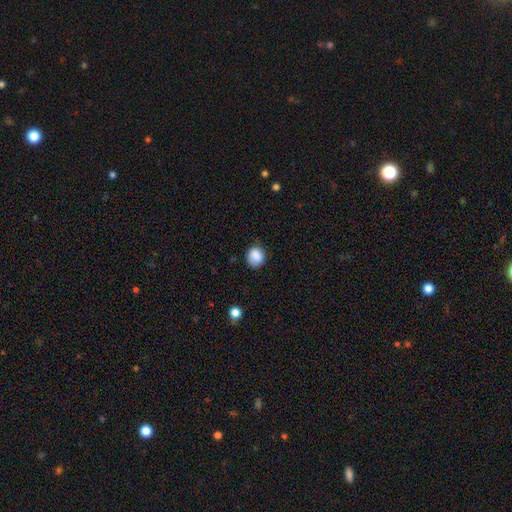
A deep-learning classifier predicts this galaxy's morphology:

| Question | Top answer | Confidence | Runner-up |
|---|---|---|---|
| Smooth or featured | smooth | 87% | star or artifact (9%) |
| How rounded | round | 67% | in between (33%) |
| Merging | none | 76% | minor disturbance (19%) |